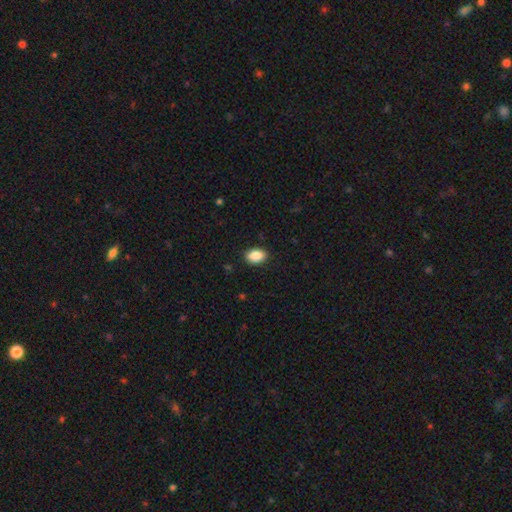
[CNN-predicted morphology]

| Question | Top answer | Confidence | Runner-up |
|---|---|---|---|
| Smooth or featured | smooth | 88% | star or artifact (8%) |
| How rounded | in between | 86% | round (13%) |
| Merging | none | 89% | minor disturbance (8%) |